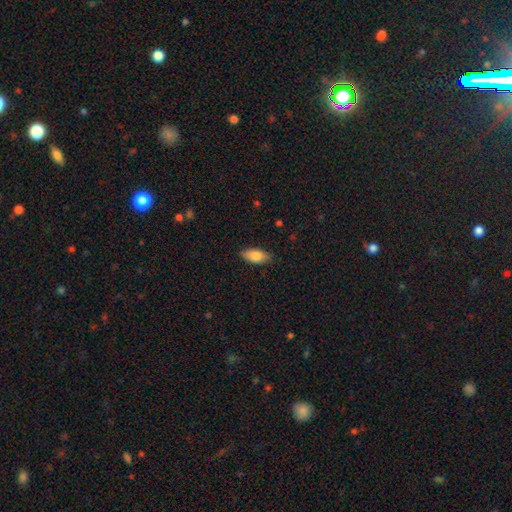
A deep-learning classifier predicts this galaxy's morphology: A smooth galaxy with no disk features (81%) that is in between round and cigar-shaped (89%). Merging: none (84%).